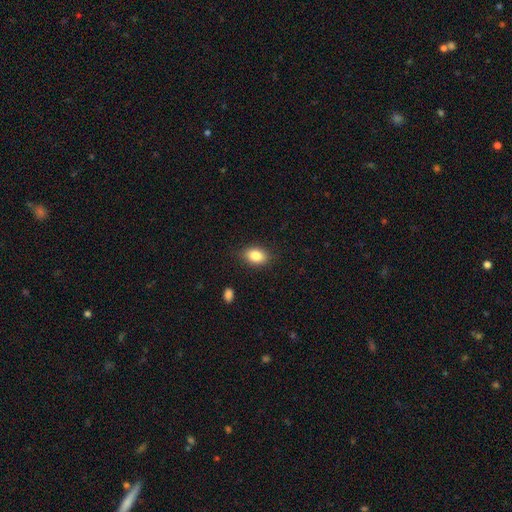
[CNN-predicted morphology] Smooth or featured? smooth (85%)
How rounded? in between (80%)
Merging? none (85%)